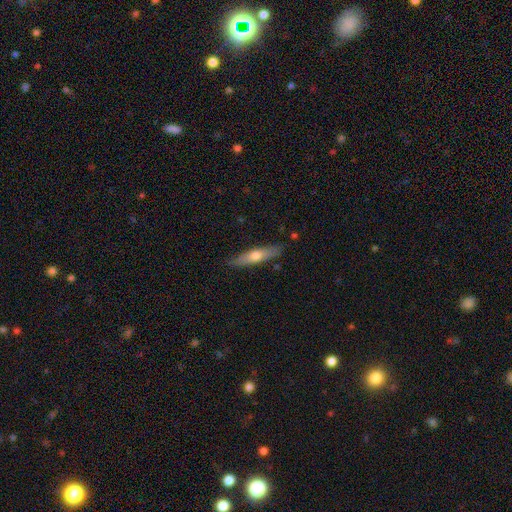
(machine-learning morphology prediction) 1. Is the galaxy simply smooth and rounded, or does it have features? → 53% smooth, 41% featured or disk, 6% star or artifact.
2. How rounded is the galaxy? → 79% cigar-shaped, 20% in between, 2% round.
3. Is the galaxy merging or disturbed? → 85% none, 11% minor disturbance, 2% major disturbance, 2% merger.